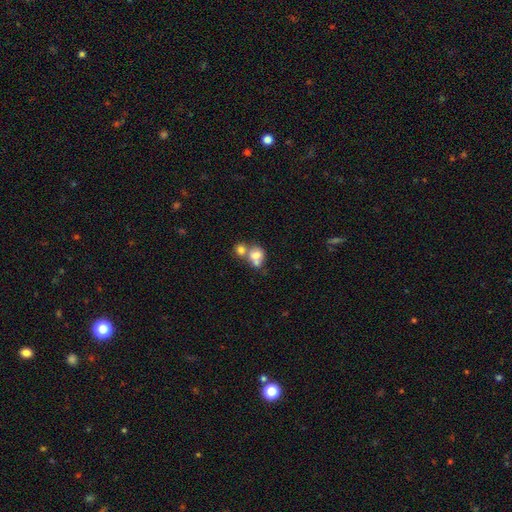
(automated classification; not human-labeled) This appears to be a smooth galaxy with no disk features (70%) that is round (59%). Merging: merger (61%).